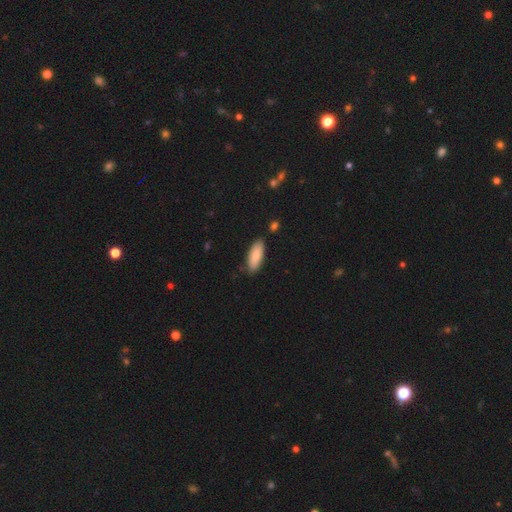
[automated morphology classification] Smooth or featured? Predicted: smooth (p=0.85). How rounded? Predicted: in between (p=0.70). Merging? Predicted: none (p=0.83).